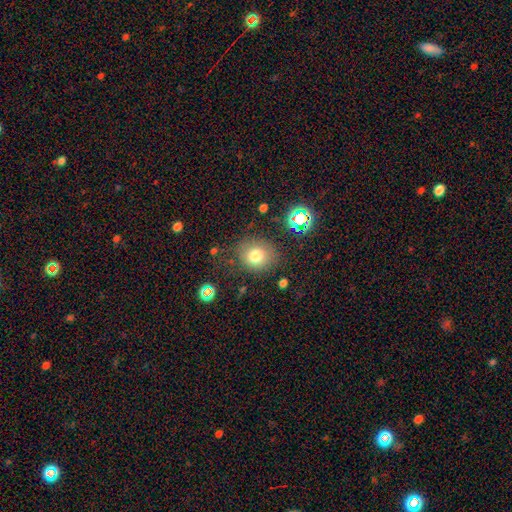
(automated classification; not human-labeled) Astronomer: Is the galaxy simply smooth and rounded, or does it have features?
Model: smooth — 76%.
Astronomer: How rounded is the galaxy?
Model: round — 75%.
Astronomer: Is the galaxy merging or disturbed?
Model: none — 77%.